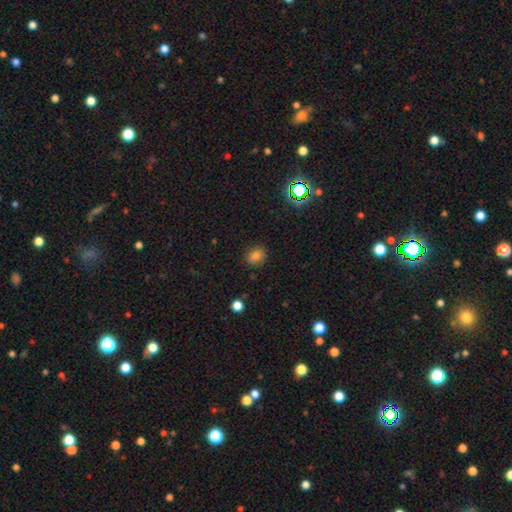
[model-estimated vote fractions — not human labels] Q: Smooth or featured?
A: smooth (79%); runner-up: star or artifact (15%)
Q: How rounded?
A: in between (54%); runner-up: round (44%)
Q: Merging?
A: none (85%); runner-up: minor disturbance (11%)